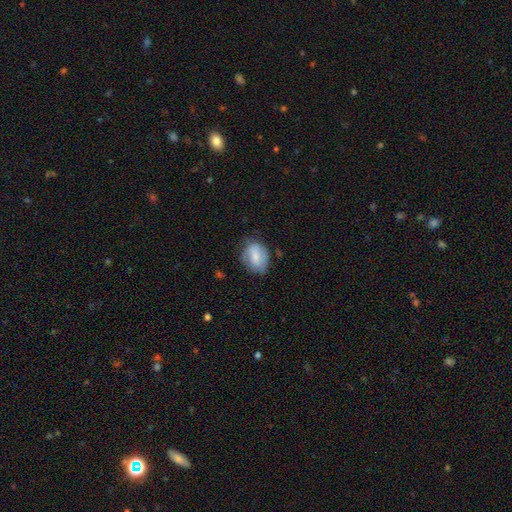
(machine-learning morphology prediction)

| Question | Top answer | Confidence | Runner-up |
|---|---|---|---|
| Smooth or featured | smooth | 69% | featured or disk (23%) |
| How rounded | in between | 68% | round (31%) |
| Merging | none | 60% | minor disturbance (29%) |